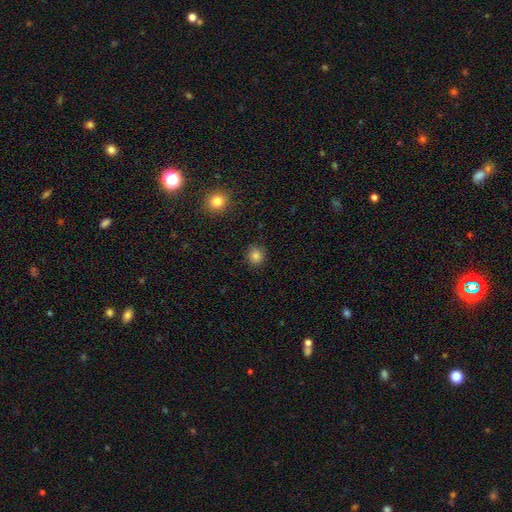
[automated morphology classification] Smooth or featured? smooth (84%)
How rounded? round (87%)
Merging? none (90%)